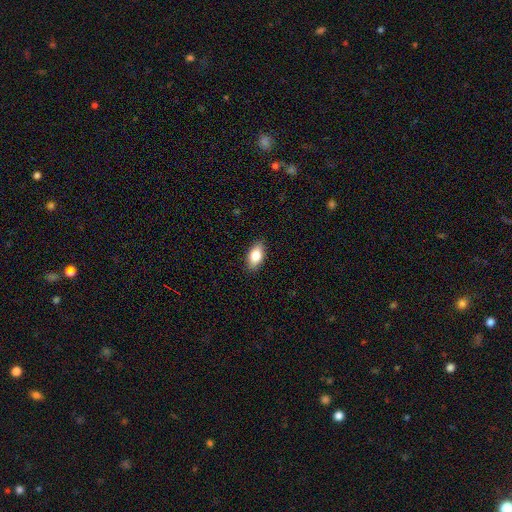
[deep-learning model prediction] Overall: smooth (79%). How rounded: in between (89%). Merging: none (88%).